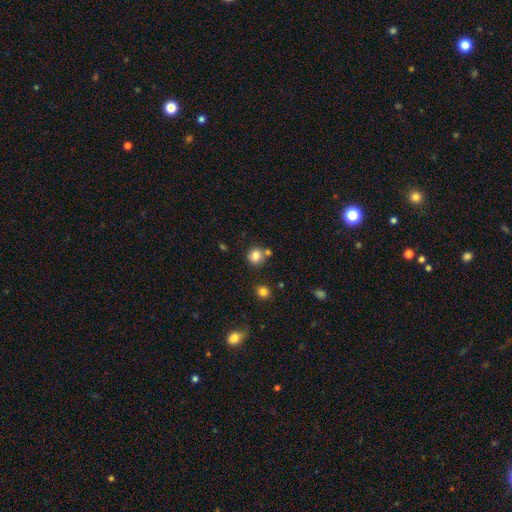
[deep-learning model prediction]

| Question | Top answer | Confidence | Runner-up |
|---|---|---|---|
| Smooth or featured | smooth | 82% | star or artifact (11%) |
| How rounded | round | 87% | in between (12%) |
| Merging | none | 69% | merger (18%) |